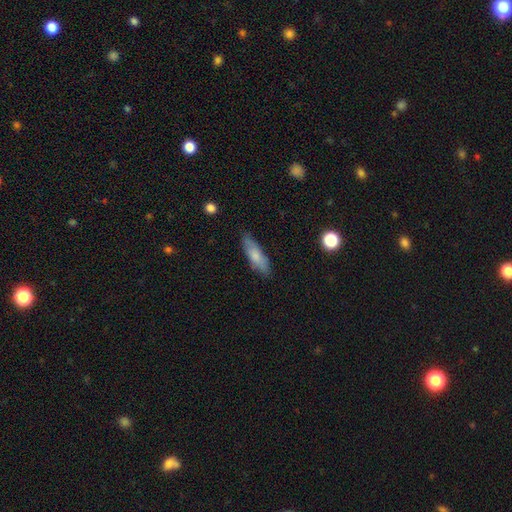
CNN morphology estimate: Smooth or featured? Predicted: smooth (p=0.73). How rounded? Predicted: cigar-shaped (p=0.50). Merging? Predicted: none (p=0.80).